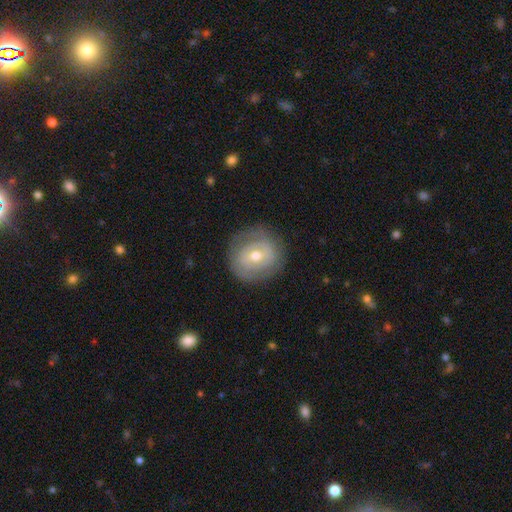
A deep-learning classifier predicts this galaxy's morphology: This is possibly a featured or disk galaxy (54%). It is clearly not viewed edge-on (96%). Bar: possibly no (57%). Spiral arm pattern: possibly yes (56%). Central bulge: likely moderate (61%). Merging: clearly none (81%).